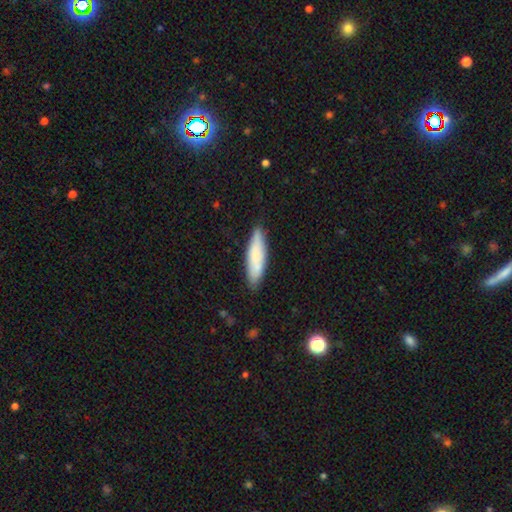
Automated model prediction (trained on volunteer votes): Smooth or featured: smooth — 76% (featured or disk — 17%)
How rounded: cigar-shaped — 70% (in between — 28%)
Merging: none — 85% (minor disturbance — 12%)